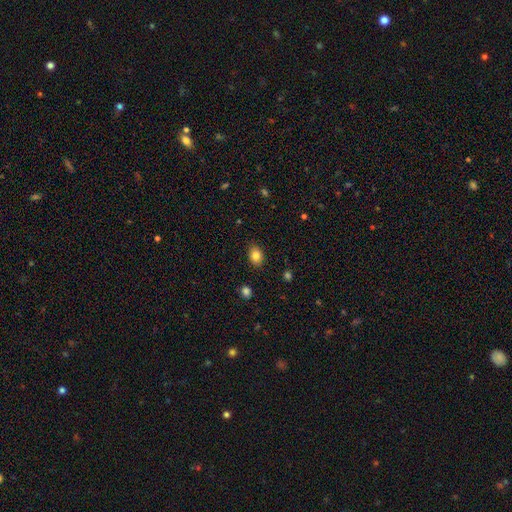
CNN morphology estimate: A smooth galaxy with no disk features (83%) that is in between round and cigar-shaped (67%).

Vote fractions:
- Smooth or featured? smooth: 83% / star or artifact: 10% / featured or disk: 7%
- How rounded? in between: 67% / round: 32% / cigar-shaped: 1%
- Merging? none: 87% / minor disturbance: 9% / major disturbance: 2% / merger: 1%